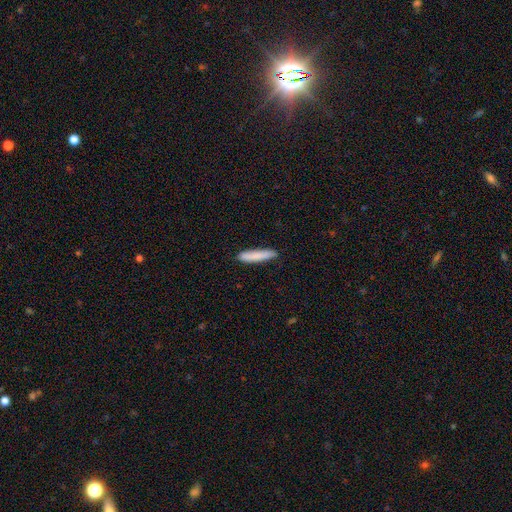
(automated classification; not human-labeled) A smooth galaxy with no disk features (85%) that is cigar-shaped (90%). Merging: none (88%).